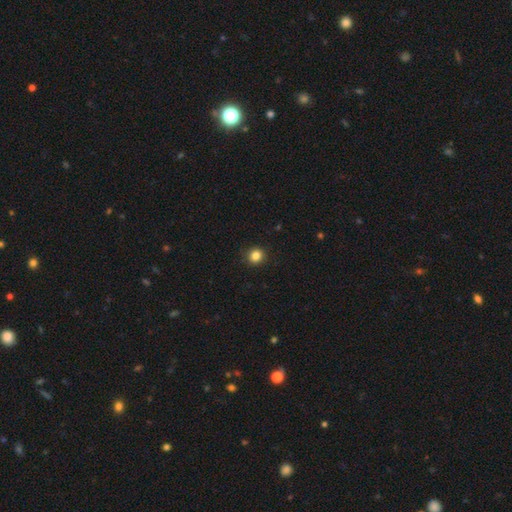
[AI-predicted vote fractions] smooth 84%, star or artifact 12%, featured or disk 4%. Down the decision tree: how rounded — round (90%); merging — none (91%).